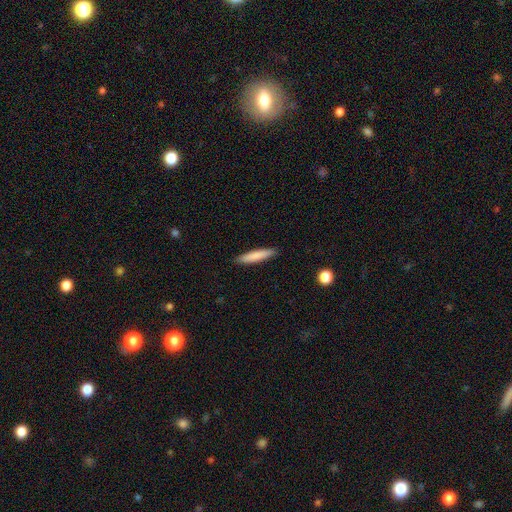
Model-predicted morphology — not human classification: smooth-or-featured: smooth: 82% | featured or disk: 13% | star or artifact: 6%
  how-rounded: cigar-shaped: 90% | in between: 9% | round: 1%
  merging: none: 91% | minor disturbance: 7% | major disturbance: 1% | merger: 1%